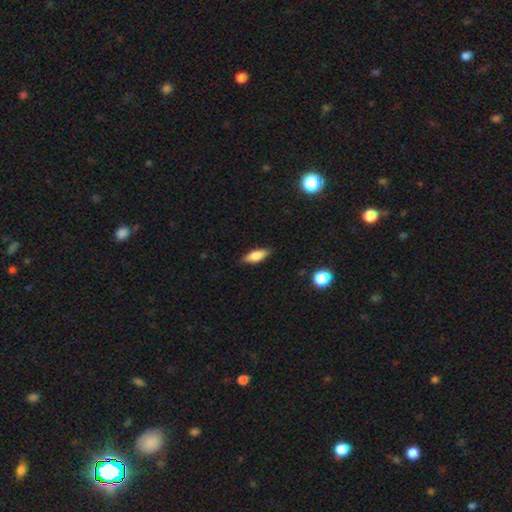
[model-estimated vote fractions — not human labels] Smooth or featured? Predicted: smooth (p=0.75). How rounded? Predicted: in between (p=0.69). Merging? Predicted: none (p=0.85).